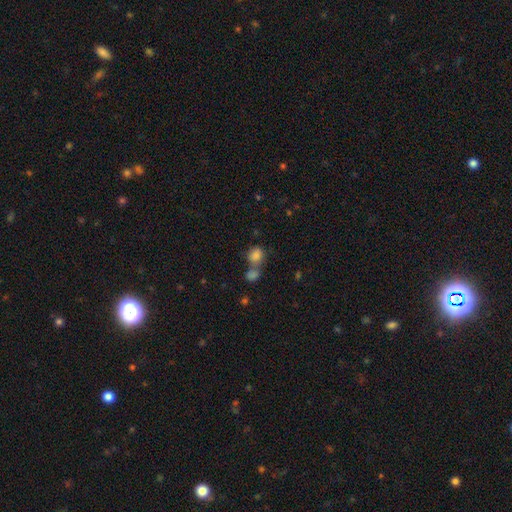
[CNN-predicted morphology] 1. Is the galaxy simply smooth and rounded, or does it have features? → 83% smooth, 11% star or artifact, 7% featured or disk.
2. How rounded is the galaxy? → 50% round, 49% in between, 1% cigar-shaped.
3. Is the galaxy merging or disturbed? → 48% merger, 37% none, 10% minor disturbance, 5% major disturbance.